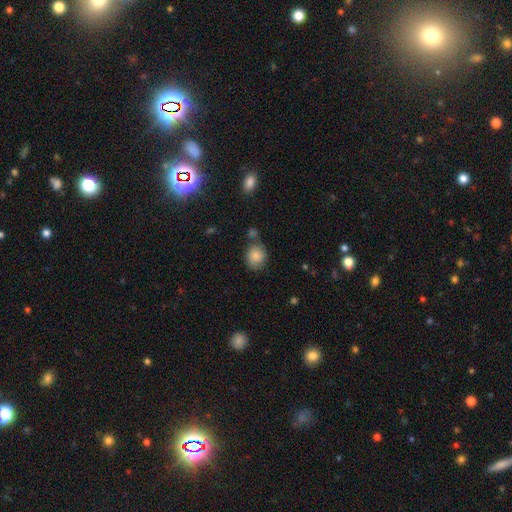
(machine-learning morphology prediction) Q: Smooth or featured?
A: smooth (84%); runner-up: star or artifact (8%)
Q: How rounded?
A: round (62%); runner-up: in between (37%)
Q: Merging?
A: none (63%); runner-up: minor disturbance (19%)